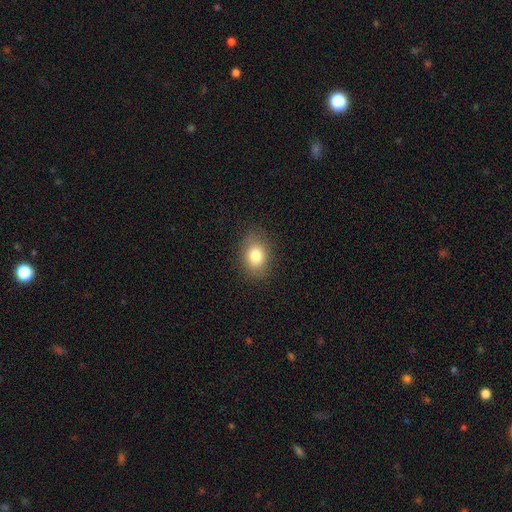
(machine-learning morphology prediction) A smooth galaxy with no disk features (80%) that is in between round and cigar-shaped (66%). Merging: none (85%).